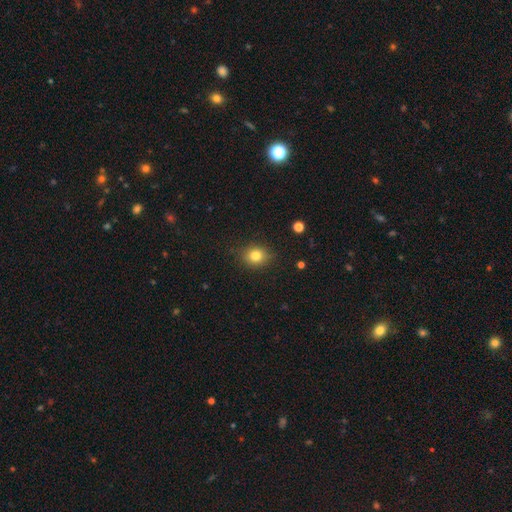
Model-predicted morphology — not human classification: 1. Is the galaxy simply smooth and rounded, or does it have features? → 80% smooth, 12% star or artifact, 8% featured or disk.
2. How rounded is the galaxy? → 69% round, 30% in between, 1% cigar-shaped.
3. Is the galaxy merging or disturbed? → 83% none, 13% minor disturbance, 3% major disturbance, 1% merger.